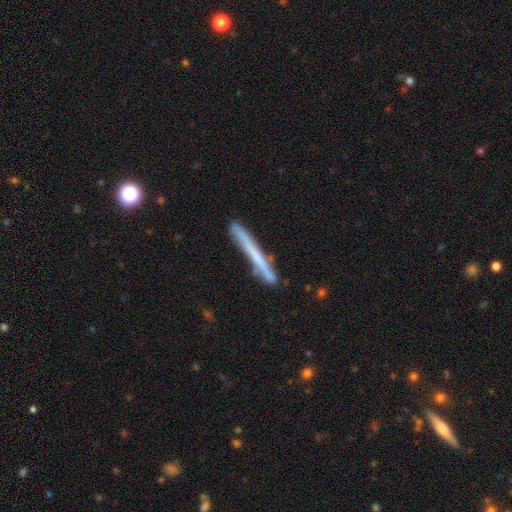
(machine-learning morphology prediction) smooth 52%, featured or disk 41%, star or artifact 7%. Down the decision tree: how rounded — cigar-shaped (97%); merging — none (85%).